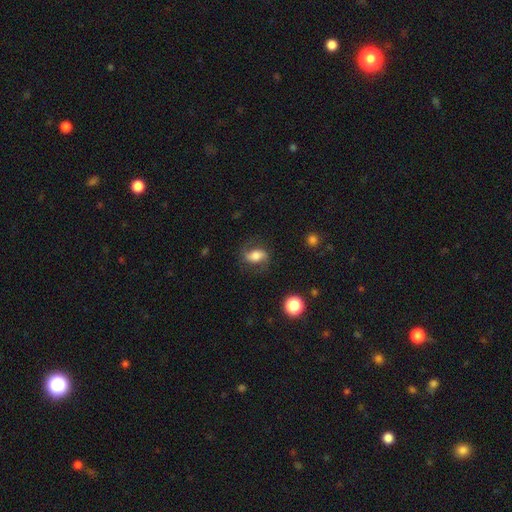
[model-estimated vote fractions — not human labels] smooth_or_featured: featured or disk (p=0.53) [alt: smooth p=0.38]
disk_edge_on: no (p=0.94) [alt: yes p=0.06]
merging: none (p=0.71) [alt: minor disturbance p=0.17]